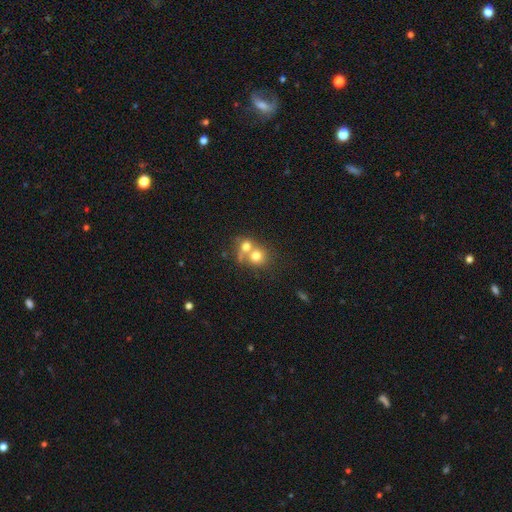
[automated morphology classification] smooth_or_featured: smooth (p=0.70) [alt: featured or disk p=0.19]
how_rounded: round (p=0.76) [alt: in between p=0.23]
merging: merger (p=0.64) [alt: none p=0.26]